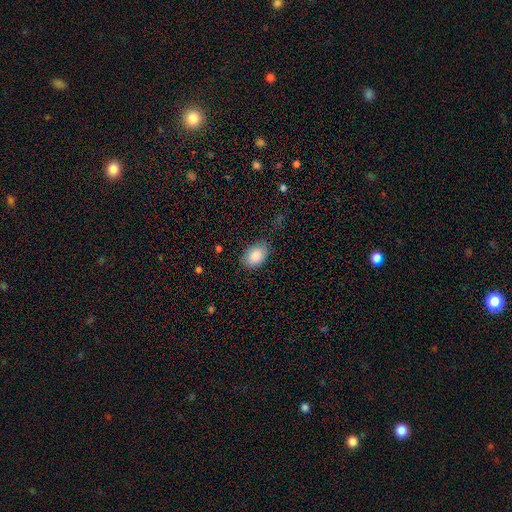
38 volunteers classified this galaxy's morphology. smooth-or-featured: smooth: 95% | featured or disk: 3% | star or artifact: 3%
  how-rounded: in between: 100% | round: 0% | cigar-shaped: 0%
  merging: none: 81% | minor disturbance: 11% | major disturbance: 5% | merger: 3%